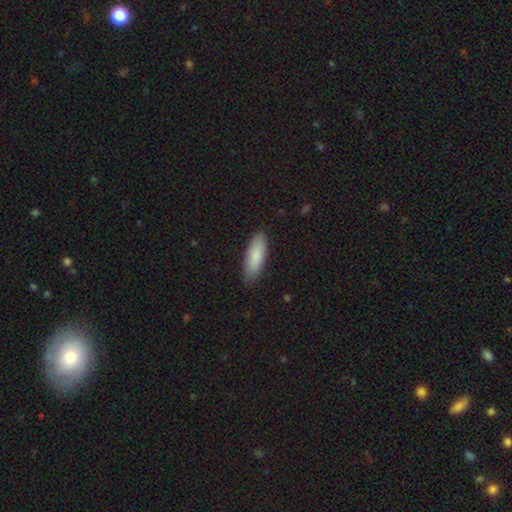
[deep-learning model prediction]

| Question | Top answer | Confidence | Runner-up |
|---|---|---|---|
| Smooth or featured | smooth | 86% | featured or disk (9%) |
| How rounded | in between | 63% | cigar-shaped (36%) |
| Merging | none | 85% | minor disturbance (12%) |